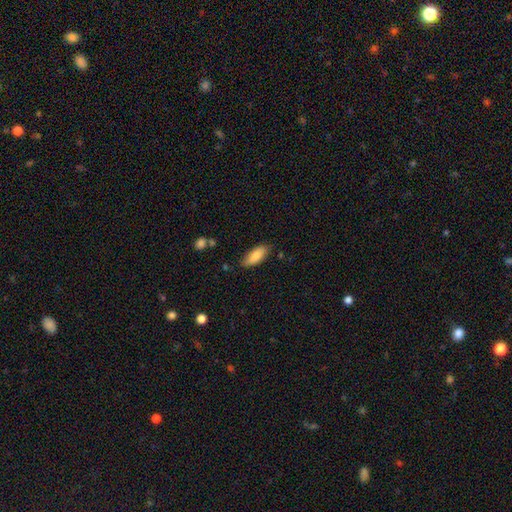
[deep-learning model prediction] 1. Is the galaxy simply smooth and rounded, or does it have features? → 80% smooth, 14% featured or disk, 6% star or artifact.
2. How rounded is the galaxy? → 76% in between, 22% cigar-shaped, 2% round.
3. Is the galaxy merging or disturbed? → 81% none, 15% minor disturbance, 2% major disturbance, 2% merger.